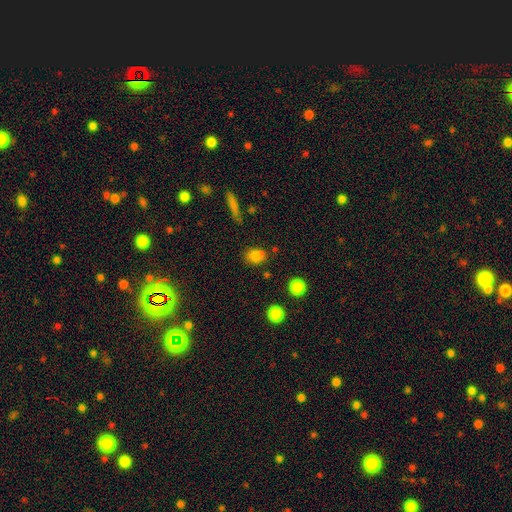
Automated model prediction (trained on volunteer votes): This appears to be a smooth galaxy with no disk features (82%) that is in between round and cigar-shaped (59%). Merging: none (76%).